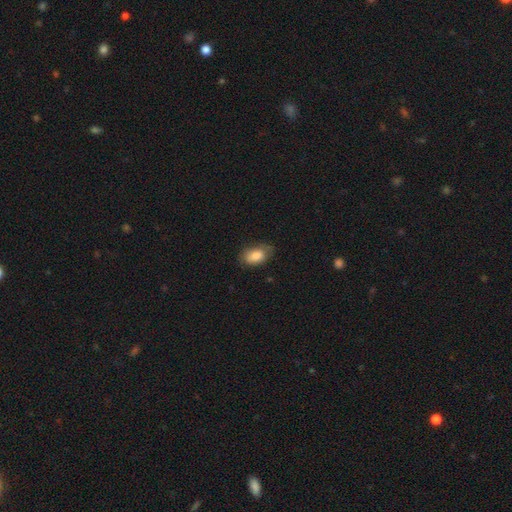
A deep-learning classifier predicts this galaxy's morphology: Smooth or featured? smooth (84%)
How rounded? in between (90%)
Merging? none (64%)